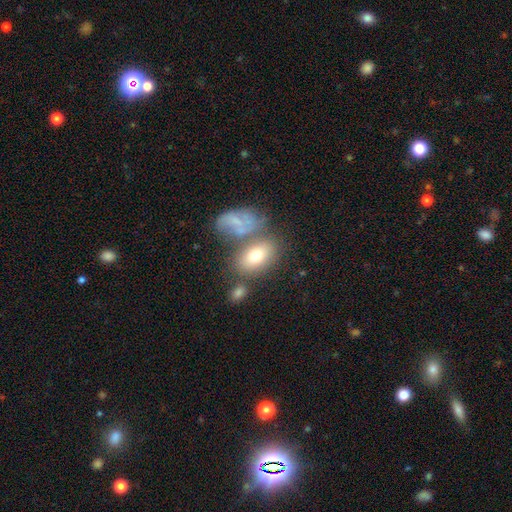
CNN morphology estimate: A smooth galaxy with no disk features (71%) that is in between round and cigar-shaped (84%).

Vote fractions:
- Smooth or featured? smooth: 71% / featured or disk: 20% / star or artifact: 9%
- How rounded? in between: 84% / round: 14% / cigar-shaped: 2%
- Merging? none: 55% / merger: 22% / minor disturbance: 16% / major disturbance: 7%